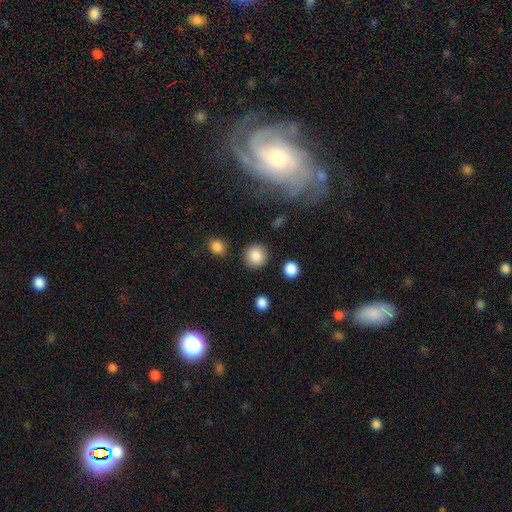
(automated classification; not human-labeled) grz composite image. It shows a smooth galaxy with no disk features (86%) that is round (94%). Merging: none (89%).